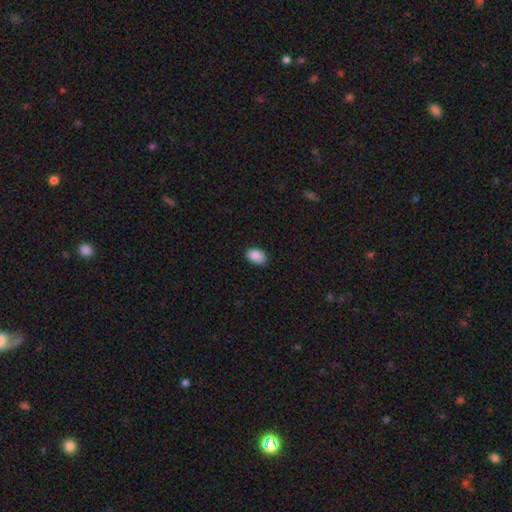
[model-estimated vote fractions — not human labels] Smooth or featured: smooth — 90% (star or artifact — 8%)
How rounded: in between — 90% (round — 9%)
Merging: none — 87% (minor disturbance — 10%)